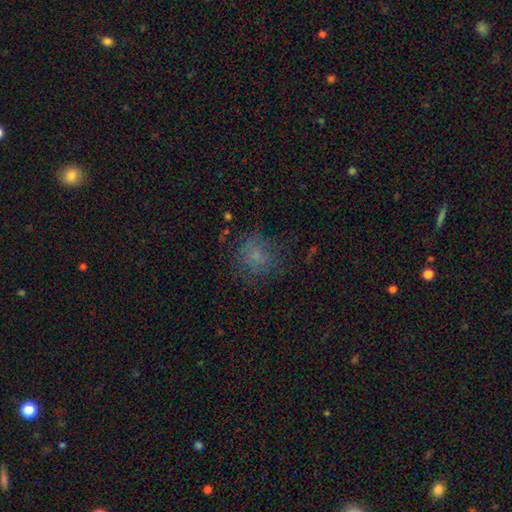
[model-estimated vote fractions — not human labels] The model was most divided on "smooth or featured": smooth: 65%, star or artifact: 19%, featured or disk: 16%. More confident: how rounded — round (77%); merging — none (69%).